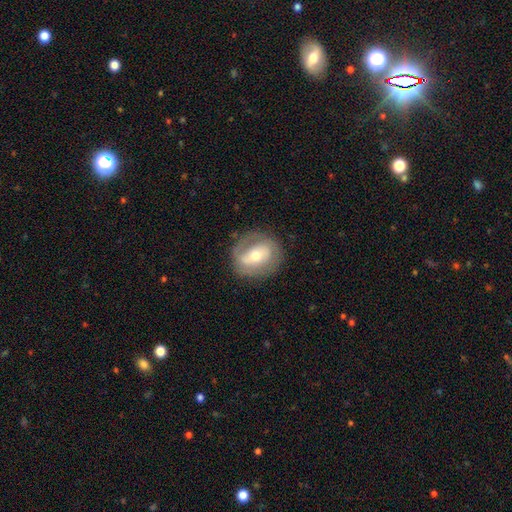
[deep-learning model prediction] This appears to be a featured or disk galaxy (60%) with no bar (37%), spiral arms (54%) and a moderate central bulge (64%). Merging: none (77%).